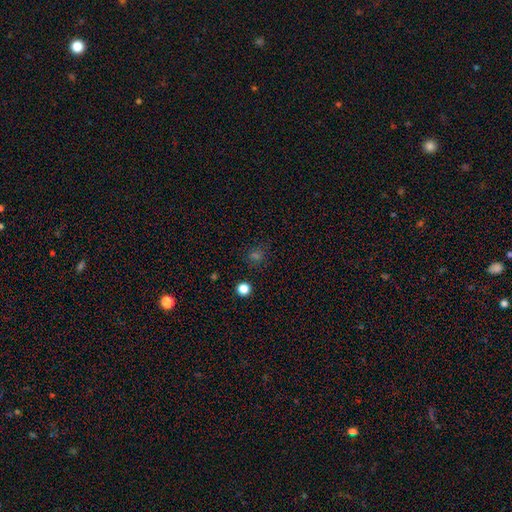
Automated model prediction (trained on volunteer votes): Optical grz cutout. It shows a smooth galaxy with no disk features (56%) that is round (81%). Merging: none (80%).